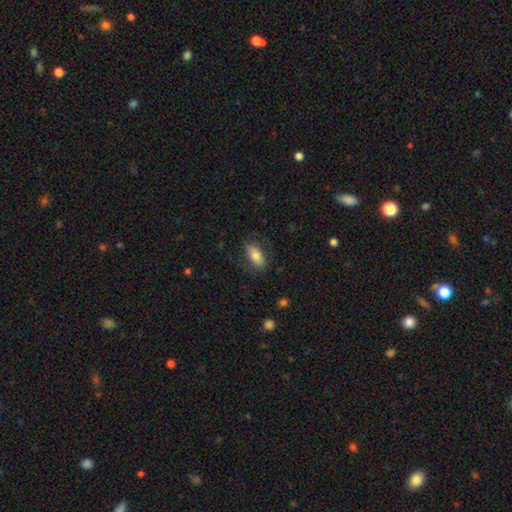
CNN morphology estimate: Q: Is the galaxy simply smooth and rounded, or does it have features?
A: smooth — 74%.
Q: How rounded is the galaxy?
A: in between — 86%.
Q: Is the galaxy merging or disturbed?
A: none — 74%.